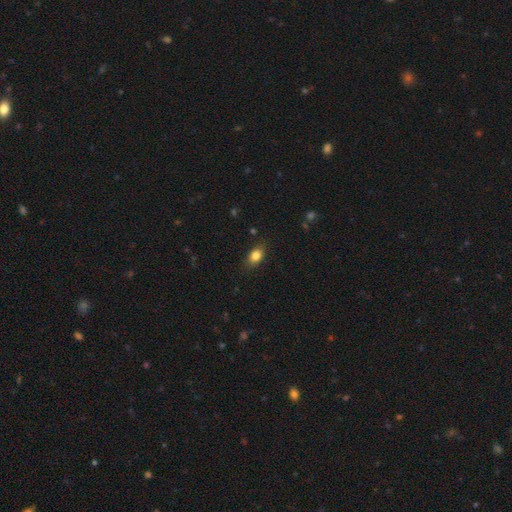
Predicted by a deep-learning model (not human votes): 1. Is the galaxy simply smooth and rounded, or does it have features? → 83% smooth, 9% star or artifact, 8% featured or disk.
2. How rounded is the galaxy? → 83% in between, 13% round, 4% cigar-shaped.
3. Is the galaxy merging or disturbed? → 83% none, 13% minor disturbance, 3% major disturbance, 1% merger.